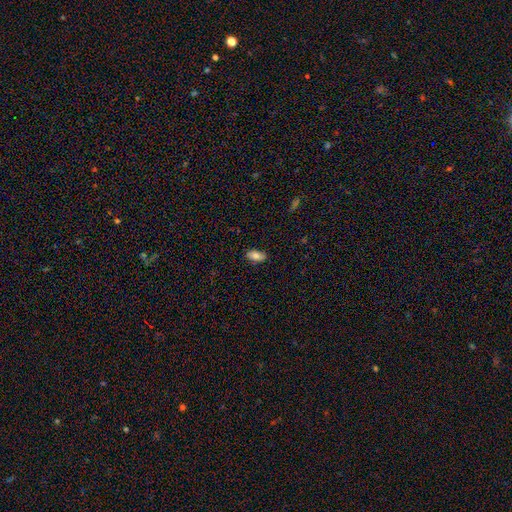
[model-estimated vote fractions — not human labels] Smooth or featured? smooth (79%)
How rounded? in between (92%)
Merging? none (84%)